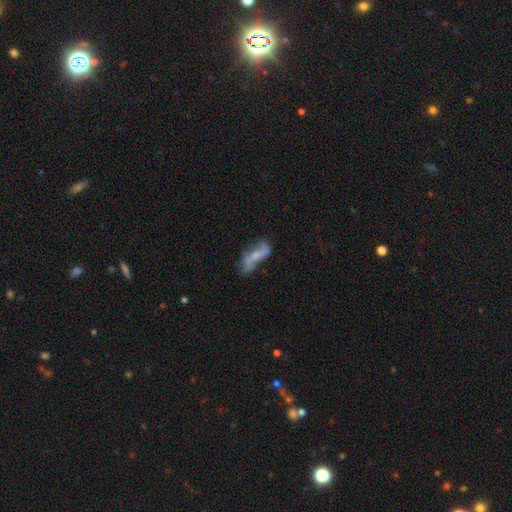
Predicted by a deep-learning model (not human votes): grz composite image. It shows a featured or disk galaxy (54%). Merging: none (47%).